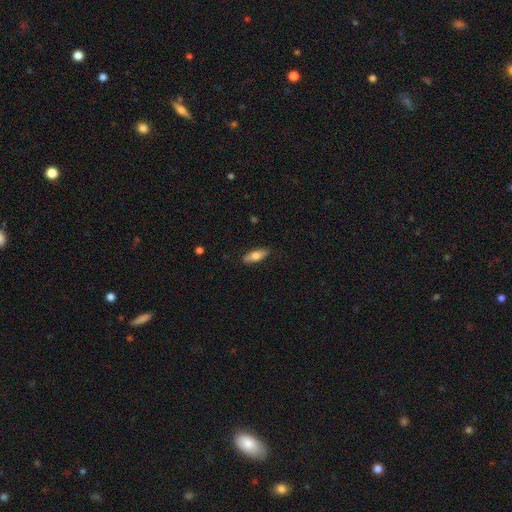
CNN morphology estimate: Smooth or featured? Predicted: smooth (p=0.65). How rounded? Predicted: in between (p=0.61). Merging? Predicted: none (p=0.87).